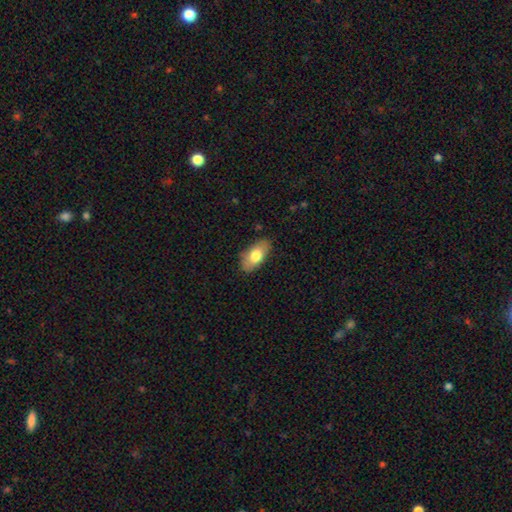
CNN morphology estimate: Smooth or featured? Predicted: smooth (p=0.74). How rounded? Predicted: in between (p=0.91). Merging? Predicted: none (p=0.82).